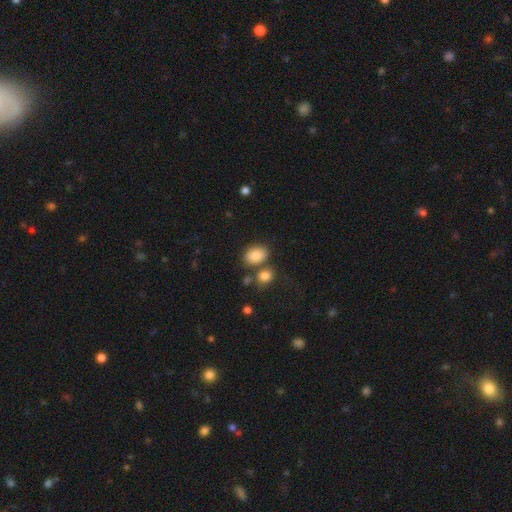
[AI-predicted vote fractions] A smooth galaxy with no disk features (85%) that is in between round and cigar-shaped (75%).

Vote fractions:
- Smooth or featured? smooth: 85% / star or artifact: 9% / featured or disk: 6%
- How rounded? in between: 75% / round: 24% / cigar-shaped: 1%
- Merging? none: 63% / merger: 19% / minor disturbance: 13% / major disturbance: 5%